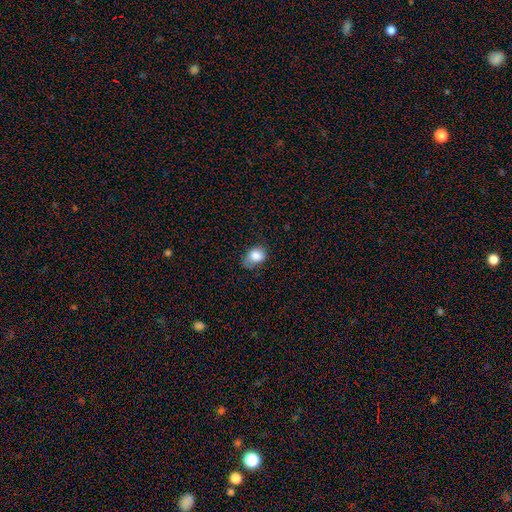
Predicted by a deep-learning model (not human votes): Smooth or featured? smooth (84%)
How rounded? in between (65%)
Merging? none (54%)